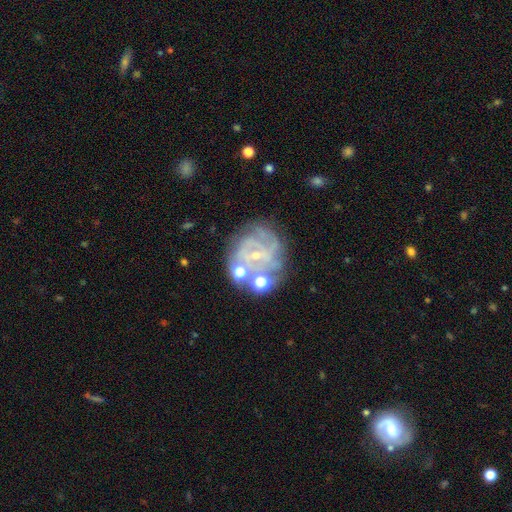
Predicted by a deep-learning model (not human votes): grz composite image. It shows a featured or disk galaxy (74%) with no bar (57%), tight (58%) spiral arms (84%) and a small central bulge (78%). Merging: none (57%).